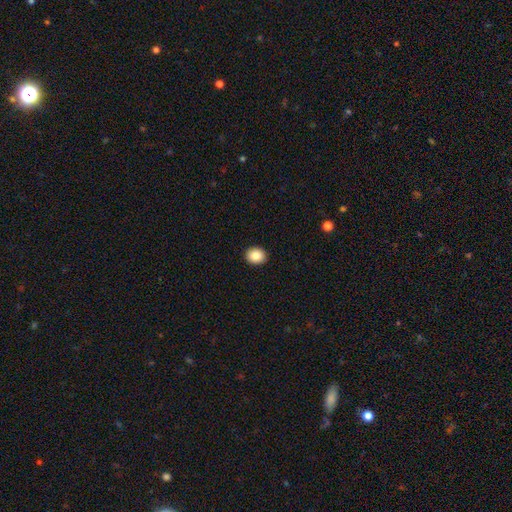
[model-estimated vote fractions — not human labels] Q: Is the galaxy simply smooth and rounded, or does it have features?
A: smooth — 87%.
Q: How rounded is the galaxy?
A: round — 65%.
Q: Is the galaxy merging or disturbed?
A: none — 92%.